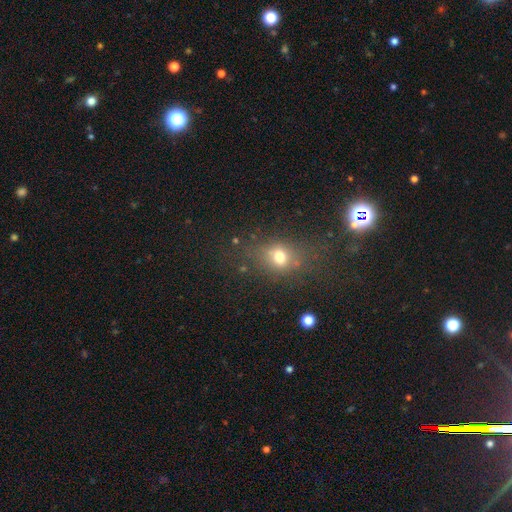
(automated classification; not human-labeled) A smooth galaxy with no disk features (46%).

Vote fractions:
- Smooth or featured? smooth: 46% / star or artifact: 42% / featured or disk: 13%
- Merging? none: 77% / minor disturbance: 12% / major disturbance: 6% / merger: 4%